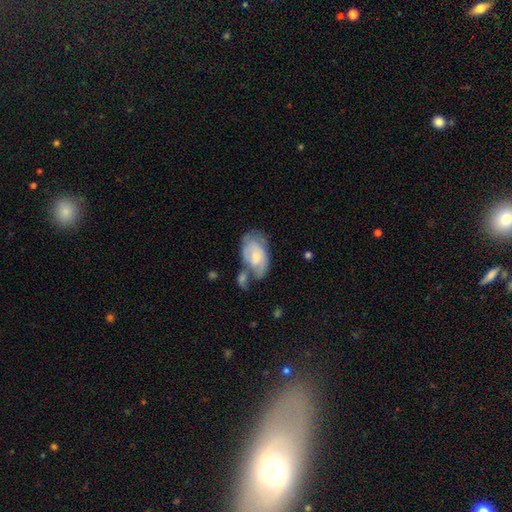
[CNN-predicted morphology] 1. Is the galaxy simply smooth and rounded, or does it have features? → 54% smooth, 40% featured or disk, 6% star or artifact.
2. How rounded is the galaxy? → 92% in between, 6% round, 2% cigar-shaped.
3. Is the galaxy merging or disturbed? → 35% none, 26% merger, 25% minor disturbance, 15% major disturbance.